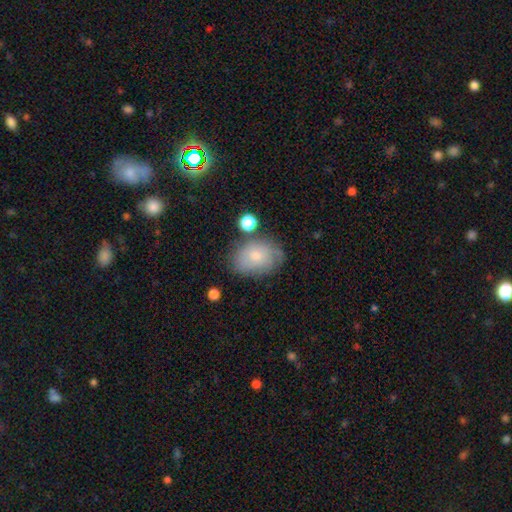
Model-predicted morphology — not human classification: Overall: smooth (67%). How rounded: in between (68%; round 31%). Merging: none (64%).